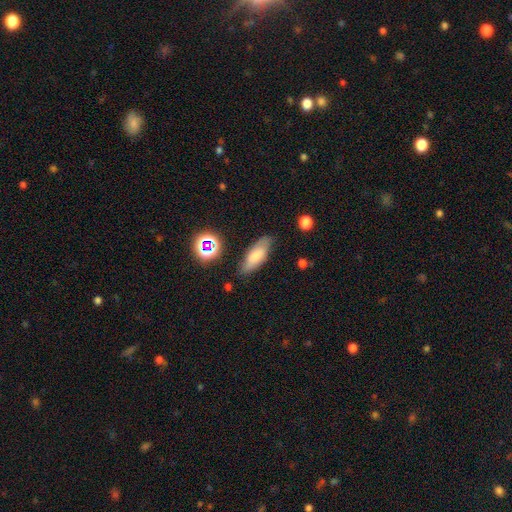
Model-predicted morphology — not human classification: The model was most divided on "how rounded": in between: 69%, cigar-shaped: 28%, round: 3%. More confident: merging — none (78%); smooth or featured — smooth (69%).